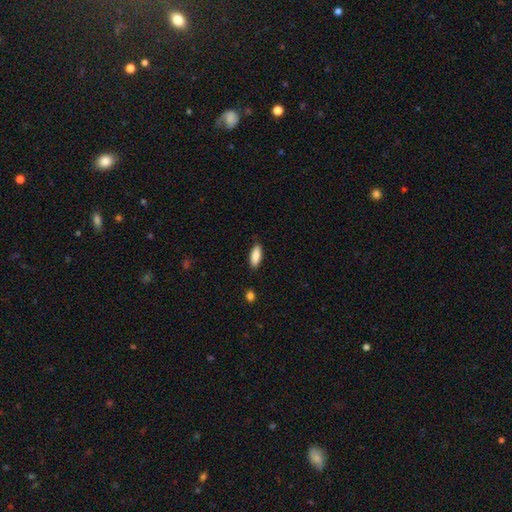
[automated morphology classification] This appears to be a smooth galaxy with no disk features (89%) that is in between round and cigar-shaped (73%). Merging: none (87%).